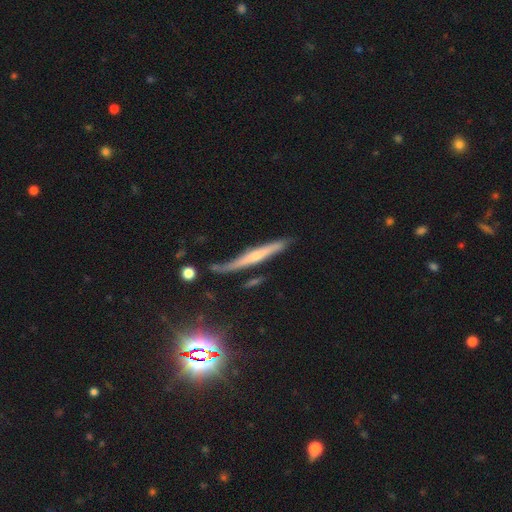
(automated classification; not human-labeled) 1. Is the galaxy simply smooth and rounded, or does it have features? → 60% featured or disk, 21% smooth, 20% star or artifact.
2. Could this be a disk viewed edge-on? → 91% yes, 9% no.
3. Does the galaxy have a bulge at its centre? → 61% rounded, 30% none, 9% boxy.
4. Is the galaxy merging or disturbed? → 71% none, 19% minor disturbance, 6% major disturbance, 5% merger.